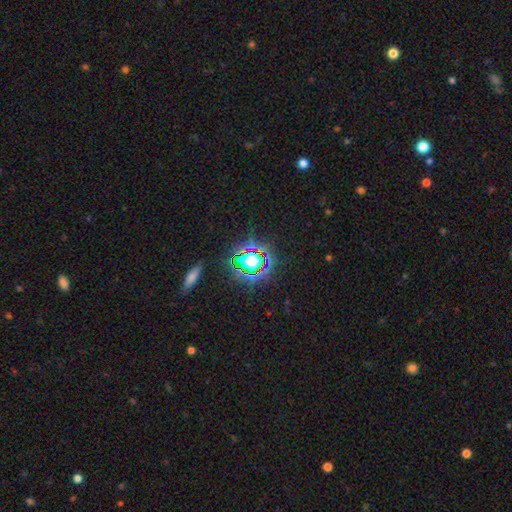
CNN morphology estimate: This is likely a star or artifact rather than a galaxy (78%).